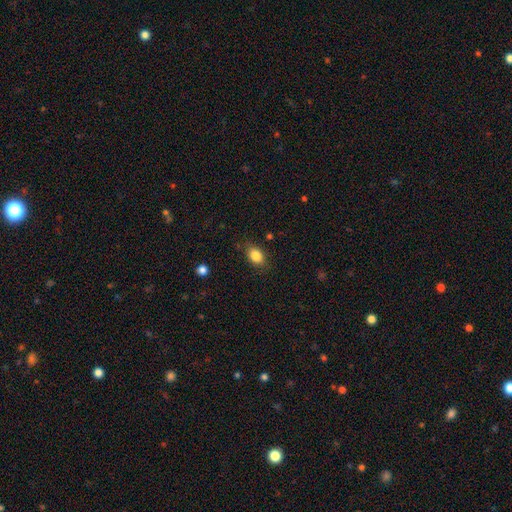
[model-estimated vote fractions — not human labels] smooth 85%, star or artifact 9%, featured or disk 7%. Down the decision tree: how rounded — in between (79%); merging — none (82%).